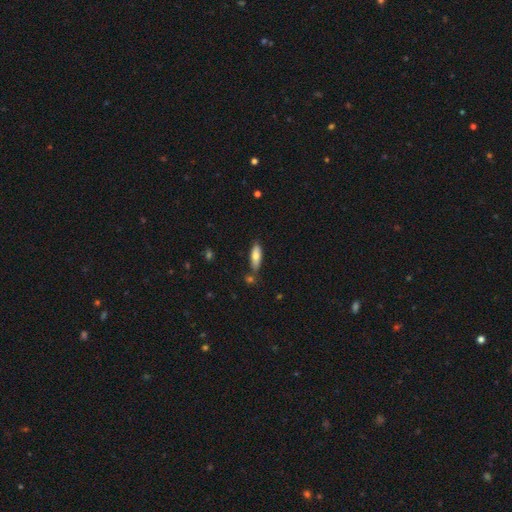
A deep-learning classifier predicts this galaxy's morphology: smooth-or-featured: smooth: 73% | featured or disk: 20% | star or artifact: 7%
  how-rounded: in between: 57% | cigar-shaped: 41% | round: 2%
  merging: none: 75% | minor disturbance: 14% | merger: 8% | major disturbance: 3%